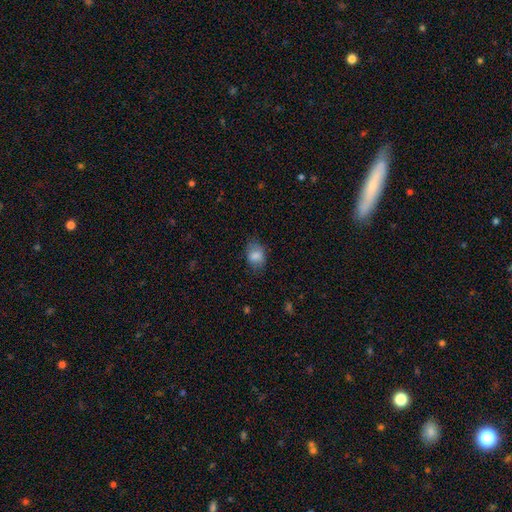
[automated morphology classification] A smooth galaxy with no disk features (79%) that is in between round and cigar-shaped (75%). Merging: none (73%).